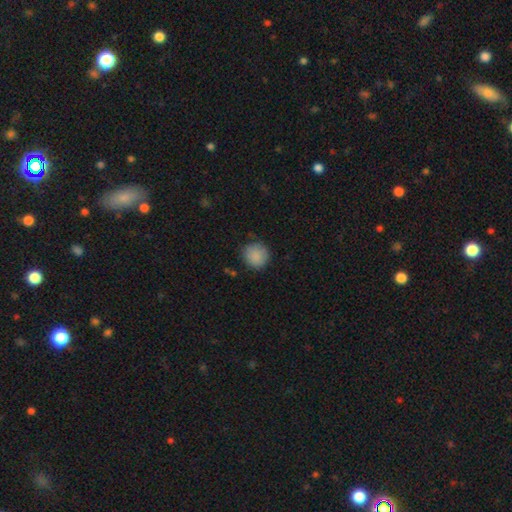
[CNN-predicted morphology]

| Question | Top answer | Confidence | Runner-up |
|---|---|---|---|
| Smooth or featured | smooth | 88% | star or artifact (8%) |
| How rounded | round | 91% | in between (8%) |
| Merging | none | 84% | minor disturbance (12%) |